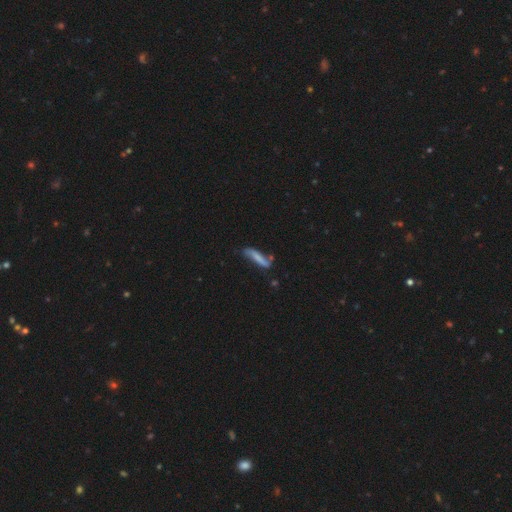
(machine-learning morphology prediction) Smooth or featured? Predicted: smooth (p=0.46). Merging? Predicted: none (p=0.55).